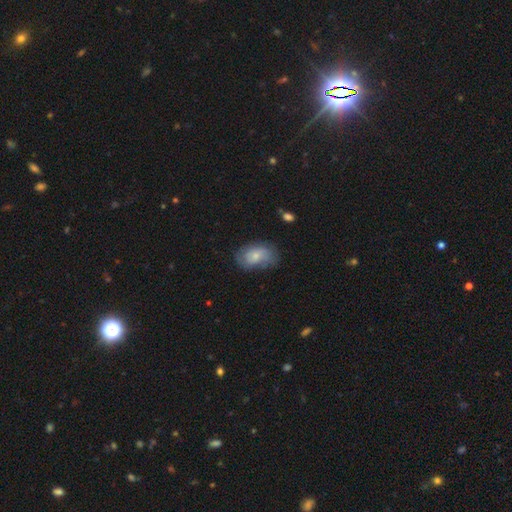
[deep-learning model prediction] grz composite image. It shows a smooth galaxy with no disk features (57%) that is in between round and cigar-shaped (83%). Merging: none (61%).